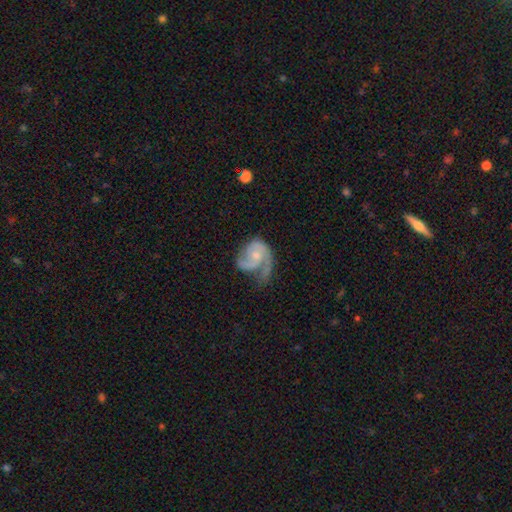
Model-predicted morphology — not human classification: Smooth or featured: featured or disk — 82% (smooth — 13%)
Edge-on disk: no — 98% (yes — 2%)
Bar: no — 66% (weak — 30%)
Spiral arms: yes — 95% (no — 5%)
Spiral winding: medium — 47% (tight — 30%)
Spiral arm count: 2 — 62% (1 — 25%)
Bulge size: small — 53% (moderate — 34%)
Merging: none — 39% (major disturbance — 31%)